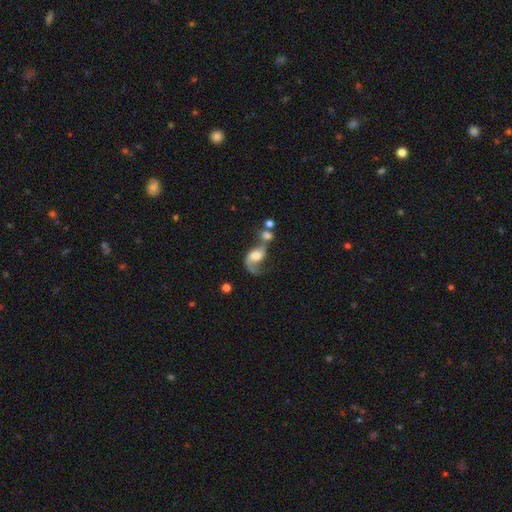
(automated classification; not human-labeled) Smooth or featured?
  - featured or disk: 74% *
  - smooth: 18%
  - star or artifact: 8%
Edge-on disk?
  - no: 97% *
  - yes: 3%
Bar?
  - no: 54% *
  - weak: 35%
  - strong: 11%
Spiral arms?
  - yes: 91% *
  - no: 9%
Spiral winding?
  - loose: 71% *
  - medium: 24%
  - tight: 5%
Spiral arm count?
  - 2: 58% *
  - 1: 37%
  - can't tell: 3%
  - 3: 1%
  - 4: 1%
  - more than 4: 1%
Bulge size?
  - moderate: 46% *
  - large: 25%
  - small: 17%
  - none: 8%
  - dominant: 4%
Merging?
  - merger: 44% *
  - none: 24%
  - major disturbance: 21%
  - minor disturbance: 11%